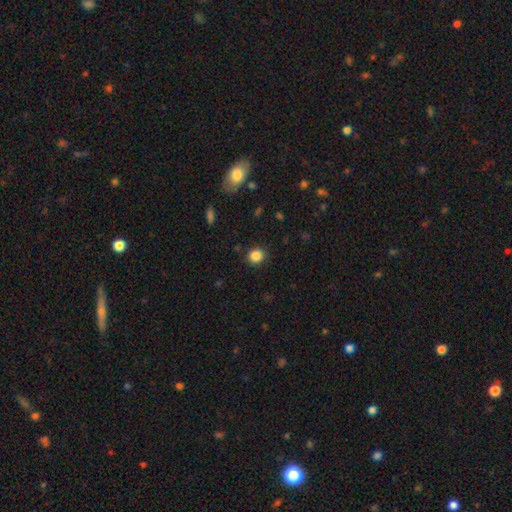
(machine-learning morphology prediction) Overall: smooth (86%). How rounded: round (86%). Merging: none (89%).